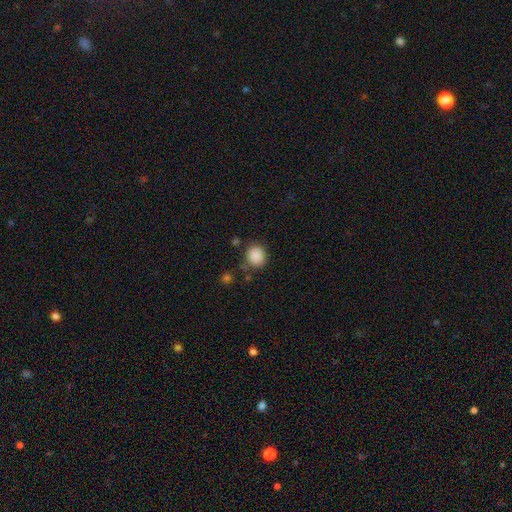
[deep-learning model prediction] Morphology: type=smooth (88%); roundness=round (80%); merging=none (79%).